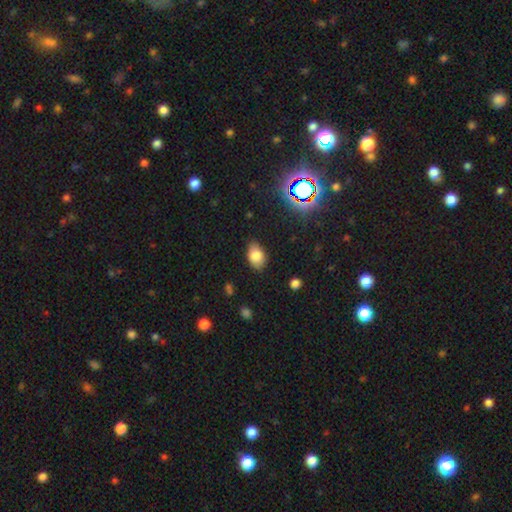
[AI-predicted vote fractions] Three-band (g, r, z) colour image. It shows a smooth galaxy with no disk features (81%) that is in between round and cigar-shaped (85%). Merging: none (80%).